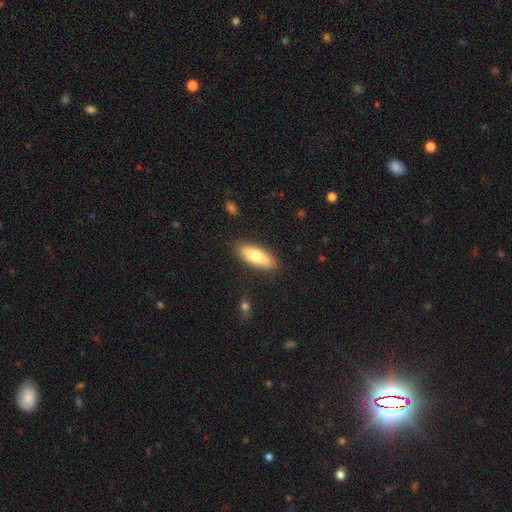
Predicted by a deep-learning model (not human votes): Smooth or featured: smooth — 76% (featured or disk — 18%)
How rounded: in between — 72% (cigar-shaped — 26%)
Merging: none — 86% (minor disturbance — 10%)